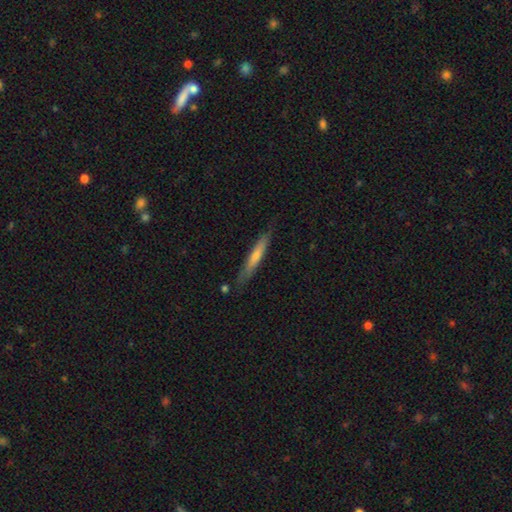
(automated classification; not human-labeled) Smooth or featured? Predicted: featured or disk (p=0.54). Edge-on disk? Predicted: yes (p=0.94). Edge-on bulge? Predicted: rounded (p=0.60). Merging? Predicted: none (p=0.86).